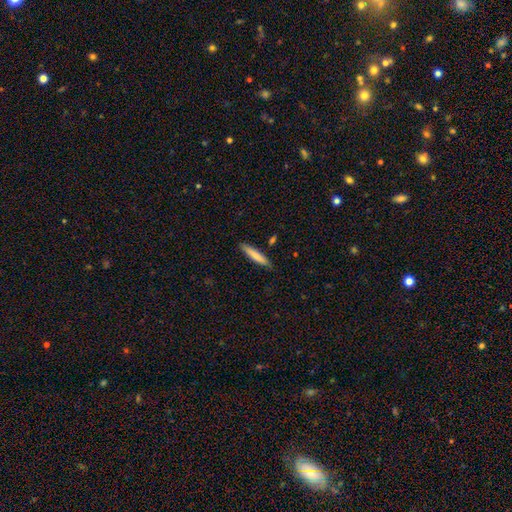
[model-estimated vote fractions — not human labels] Smooth or featured? Predicted: smooth (p=0.79). How rounded? Predicted: cigar-shaped (p=0.91). Merging? Predicted: none (p=0.85).